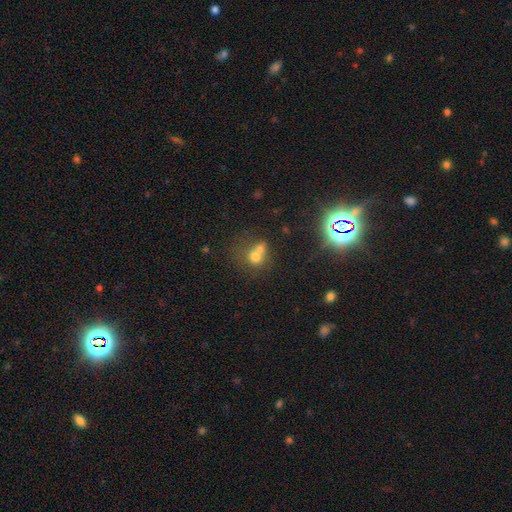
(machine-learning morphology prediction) smooth-or-featured: smooth: 63% | featured or disk: 19% | star or artifact: 17%
  how-rounded: round: 75% | in between: 24% | cigar-shaped: 1%
  merging: merger: 56% | none: 31% | minor disturbance: 8% | major disturbance: 5%